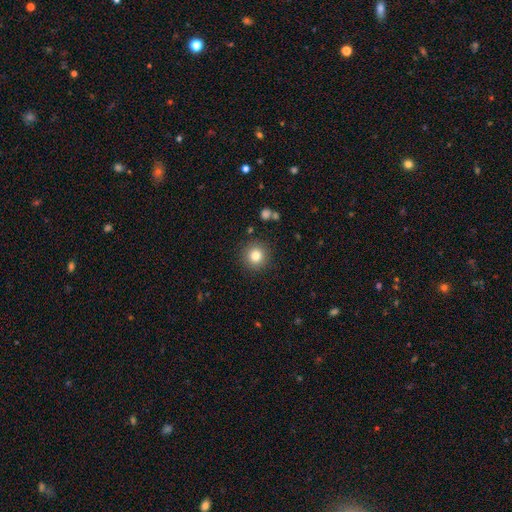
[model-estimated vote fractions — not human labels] Q: Smooth or featured?
A: smooth (82%); runner-up: star or artifact (11%)
Q: How rounded?
A: round (94%); runner-up: in between (5%)
Q: Merging?
A: none (89%); runner-up: minor disturbance (7%)